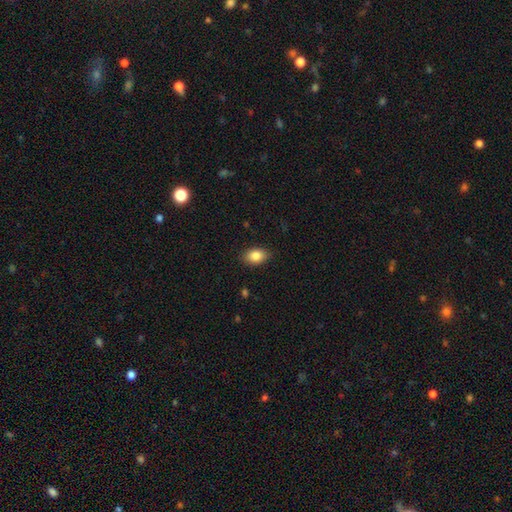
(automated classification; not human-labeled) Smooth or featured?
  - smooth: 86% *
  - star or artifact: 8%
  - featured or disk: 6%
How rounded?
  - in between: 84% *
  - round: 15%
  - cigar-shaped: 1%
Merging?
  - none: 86% *
  - minor disturbance: 11%
  - major disturbance: 2%
  - merger: 1%